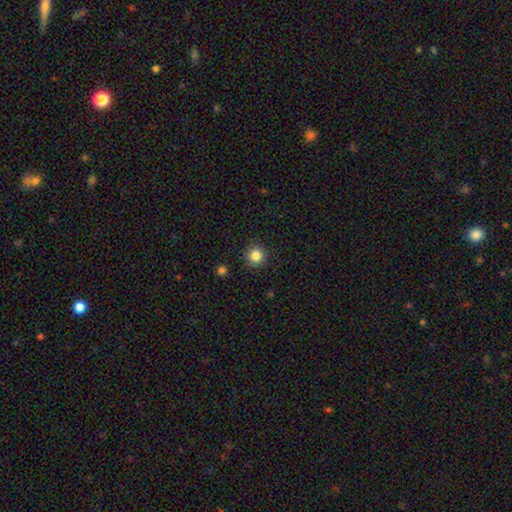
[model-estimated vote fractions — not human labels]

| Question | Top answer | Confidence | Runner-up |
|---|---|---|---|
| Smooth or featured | smooth | 84% | star or artifact (11%) |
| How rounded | round | 95% | in between (4%) |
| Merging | none | 92% | minor disturbance (5%) |